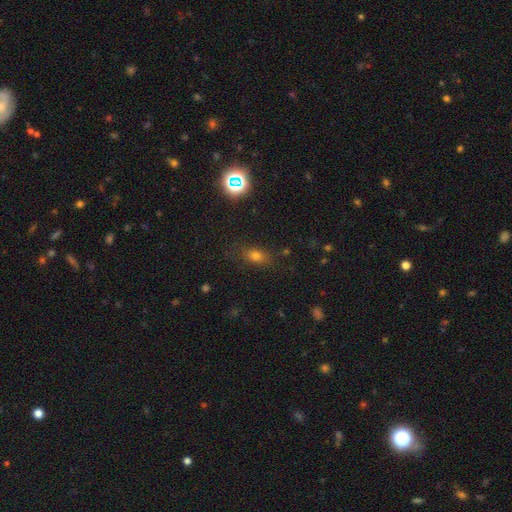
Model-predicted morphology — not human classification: smooth 68%, star or artifact 21%, featured or disk 11%. Down the decision tree: how rounded — in between (70%); merging — none (78%).